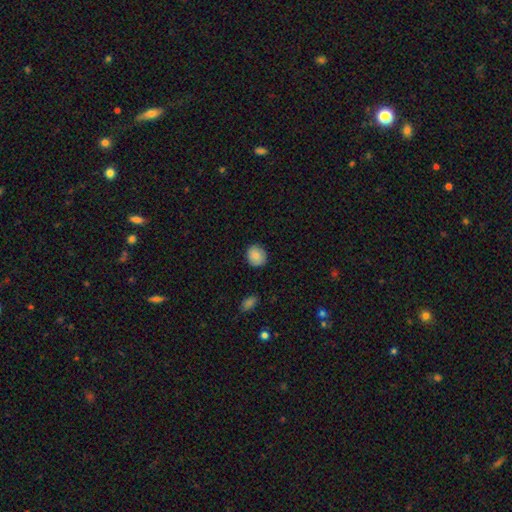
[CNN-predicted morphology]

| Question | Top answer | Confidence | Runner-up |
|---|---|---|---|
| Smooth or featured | smooth | 86% | star or artifact (8%) |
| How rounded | round | 78% | in between (22%) |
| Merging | none | 88% | minor disturbance (9%) |